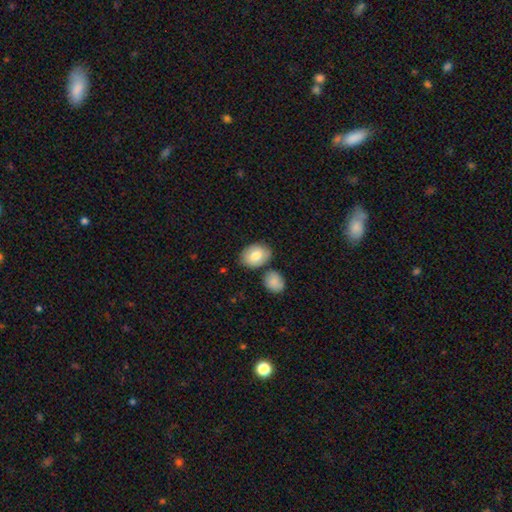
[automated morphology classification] A smooth galaxy with no disk features (79%) that is in between round and cigar-shaped (78%). Merging: none (73%).